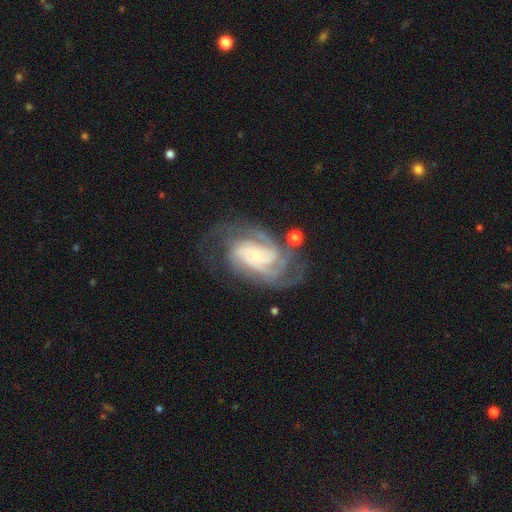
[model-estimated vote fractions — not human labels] This is clearly a featured or disk galaxy (88%). It is clearly not viewed edge-on (97%). Bar: likely no (64%). Spiral arm pattern: clearly yes (97%). Spiral arm count: marginally 3 (31%). Spiral winding: likely tight (60%). Central bulge: likely small (75%). Merging: likely none (62%).